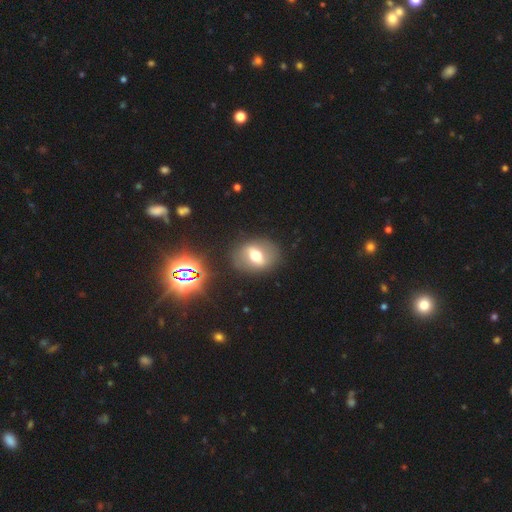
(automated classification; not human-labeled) Smooth or featured: featured or disk — 47% (smooth — 39%)
Merging: none — 83% (minor disturbance — 10%)